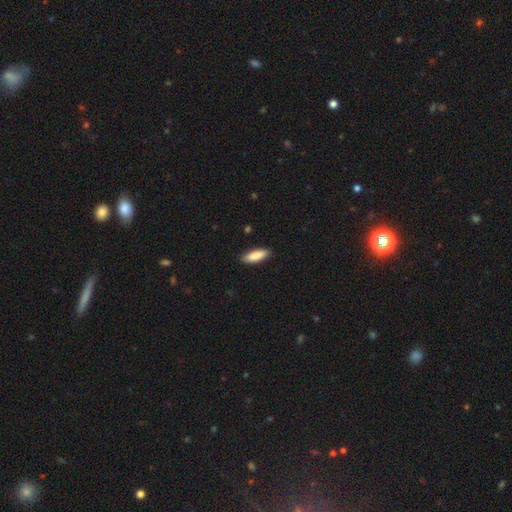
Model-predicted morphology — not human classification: A smooth galaxy with no disk features (88%) that is in between round and cigar-shaped (56%). Merging: none (89%).